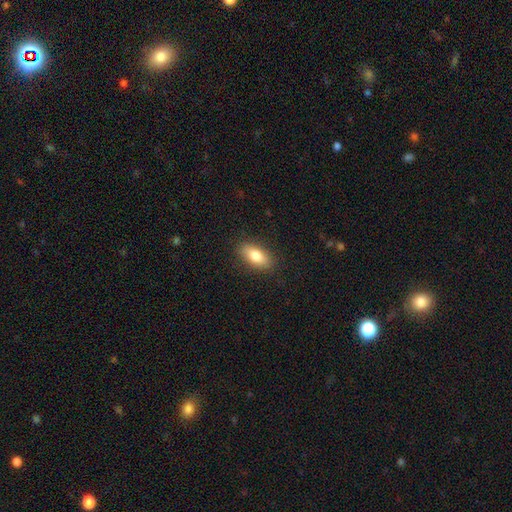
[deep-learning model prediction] The model was most divided on "smooth or featured": smooth: 80%, featured or disk: 13%, star or artifact: 7%. More confident: merging — none (87%); how rounded — in between (85%).